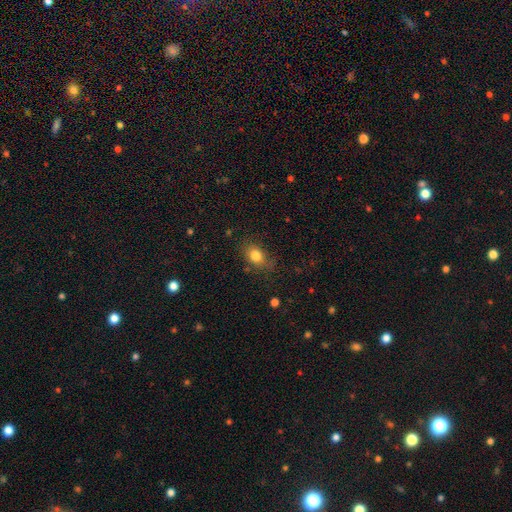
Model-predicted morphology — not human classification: Smooth or featured? Predicted: smooth (p=0.81). How rounded? Predicted: in between (p=0.68). Merging? Predicted: none (p=0.76).